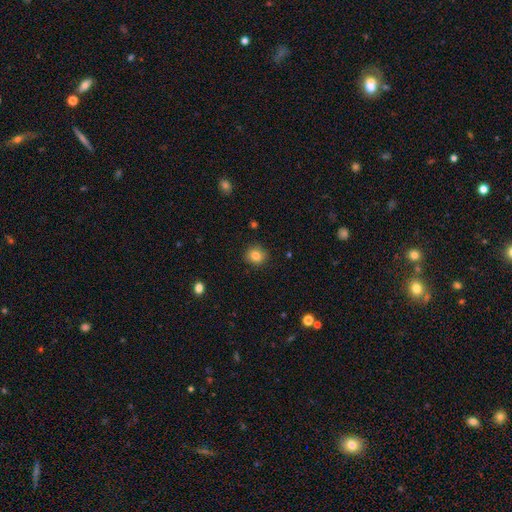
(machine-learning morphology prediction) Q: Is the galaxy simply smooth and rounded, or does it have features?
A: smooth — 83%.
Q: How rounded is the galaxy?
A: round — 83%.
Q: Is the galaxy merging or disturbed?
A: none — 88%.